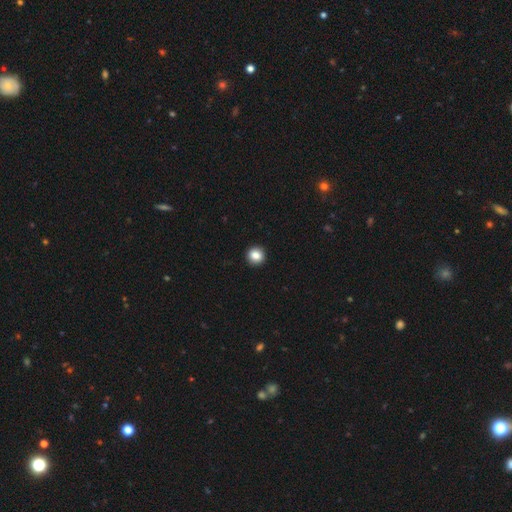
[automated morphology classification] Overall: smooth (86%). How rounded: round (92%). Merging: none (93%).